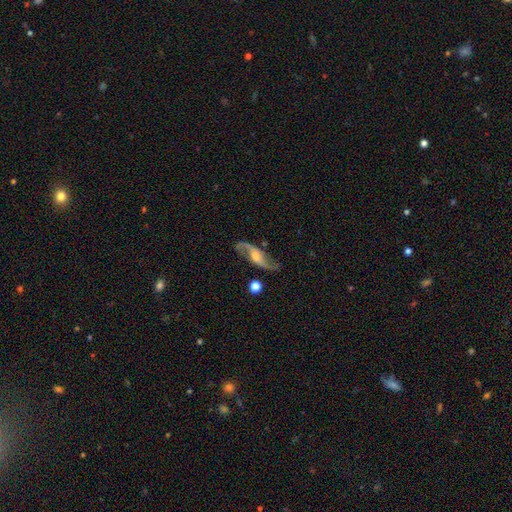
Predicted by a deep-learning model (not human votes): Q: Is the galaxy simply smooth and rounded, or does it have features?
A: featured or disk — 87%.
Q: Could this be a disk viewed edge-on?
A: no — 91%.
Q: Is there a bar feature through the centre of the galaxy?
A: weak — 43%.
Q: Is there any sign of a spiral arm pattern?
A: yes — 96%.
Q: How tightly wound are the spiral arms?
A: loose — 74%.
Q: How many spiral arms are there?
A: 2 — 93%.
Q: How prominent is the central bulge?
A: moderate — 50%.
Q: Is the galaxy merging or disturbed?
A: none — 78%.